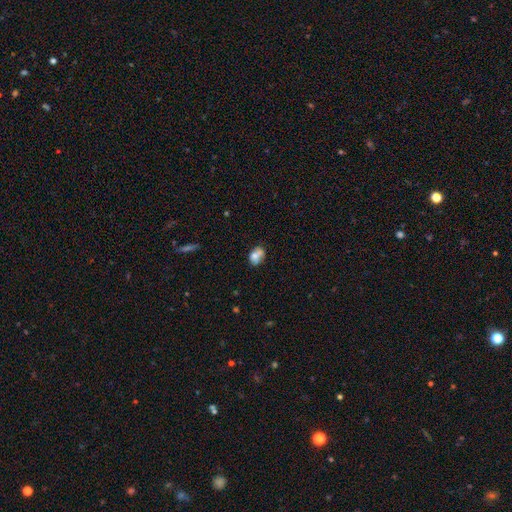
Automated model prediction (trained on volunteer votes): The model was most divided on "merging": none: 48%, minor disturbance: 25%, merger: 19%, major disturbance: 8%. More confident: how rounded — in between (77%); smooth or featured — smooth (70%).